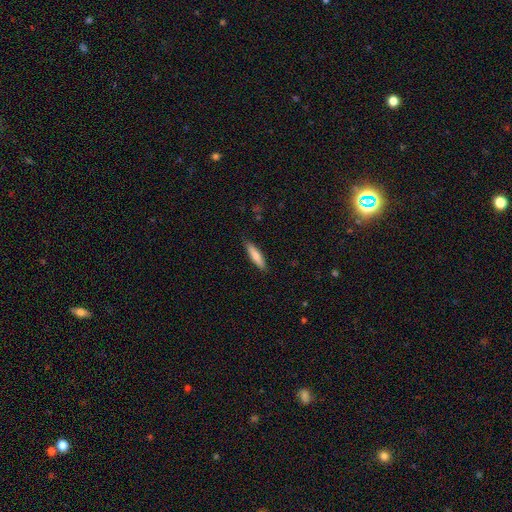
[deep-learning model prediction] Smooth or featured? Predicted: smooth (p=0.79). How rounded? Predicted: cigar-shaped (p=0.78). Merging? Predicted: none (p=0.88).